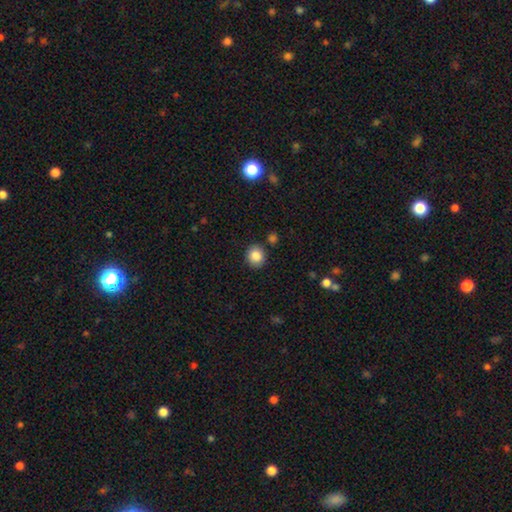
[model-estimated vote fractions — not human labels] This appears to be a smooth galaxy with no disk features (86%) that is round (79%). Merging: none (86%).